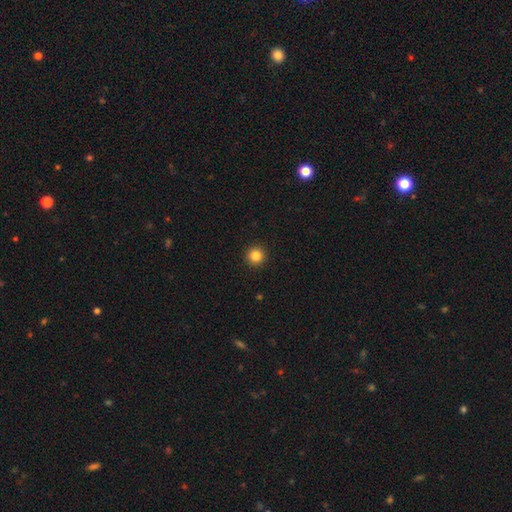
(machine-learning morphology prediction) Smooth or featured? Predicted: smooth (p=0.83). How rounded? Predicted: round (p=0.96). Merging? Predicted: none (p=0.94).